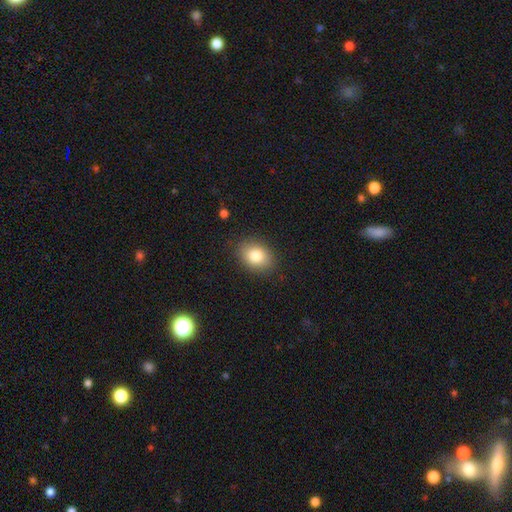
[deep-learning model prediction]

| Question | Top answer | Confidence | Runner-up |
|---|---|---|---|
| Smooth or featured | smooth | 82% | featured or disk (10%) |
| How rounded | in between | 66% | round (33%) |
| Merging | none | 86% | minor disturbance (10%) |